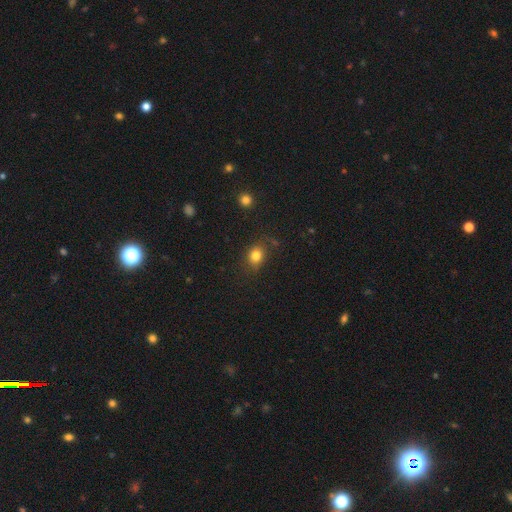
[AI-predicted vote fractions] A smooth galaxy with no disk features (81%) that is round (58%).

Vote fractions:
- Smooth or featured? smooth: 81% / star or artifact: 12% / featured or disk: 7%
- How rounded? round: 58% / in between: 41% / cigar-shaped: 1%
- Merging? none: 76% / minor disturbance: 16% / major disturbance: 5% / merger: 2%